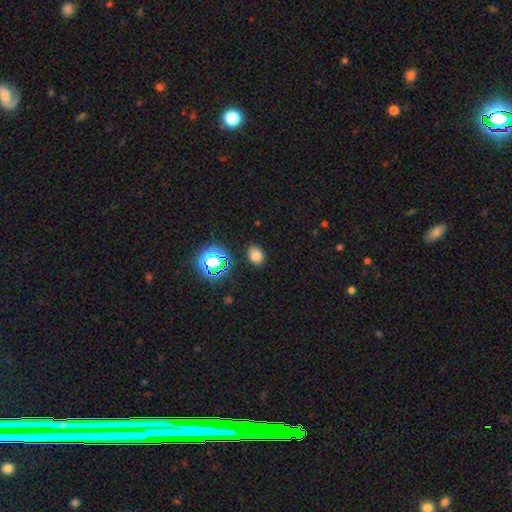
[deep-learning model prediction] smooth_or_featured: smooth (p=0.72) [alt: star or artifact p=0.22]
how_rounded: in between (p=0.57) [alt: round p=0.42]
merging: none (p=0.85) [alt: minor disturbance p=0.10]